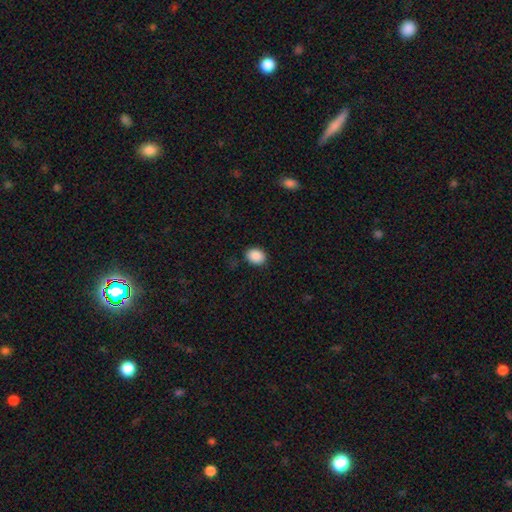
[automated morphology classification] A smooth galaxy with no disk features (89%) that is in between round and cigar-shaped (63%).

Vote fractions:
- Smooth or featured? smooth: 89% / star or artifact: 8% / featured or disk: 3%
- How rounded? in between: 63% / round: 36% / cigar-shaped: 1%
- Merging? none: 85% / minor disturbance: 11% / major disturbance: 3% / merger: 1%